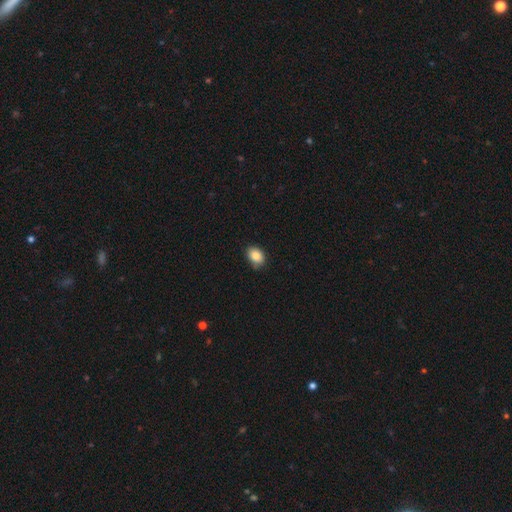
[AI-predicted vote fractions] A smooth galaxy with no disk features (86%) that is in between round and cigar-shaped (73%). Merging: none (77%).